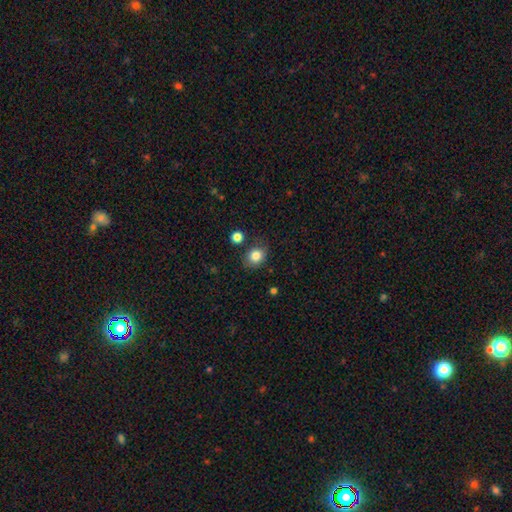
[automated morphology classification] A smooth galaxy with no disk features (83%) that is round (63%). Merging: none (77%).